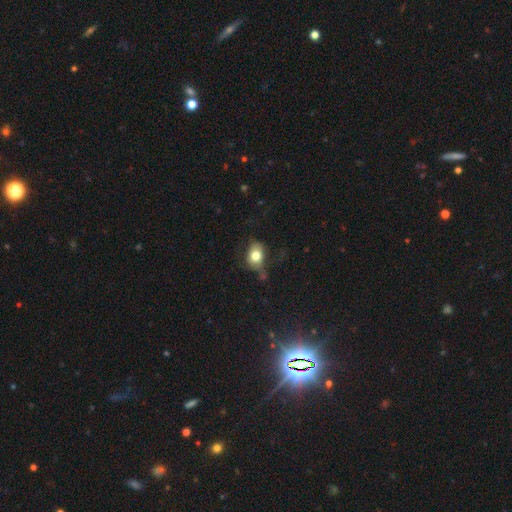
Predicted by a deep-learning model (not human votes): Smooth or featured: smooth — 75% (featured or disk — 15%)
How rounded: in between — 66% (round — 32%)
Merging: none — 45% (minor disturbance — 31%)